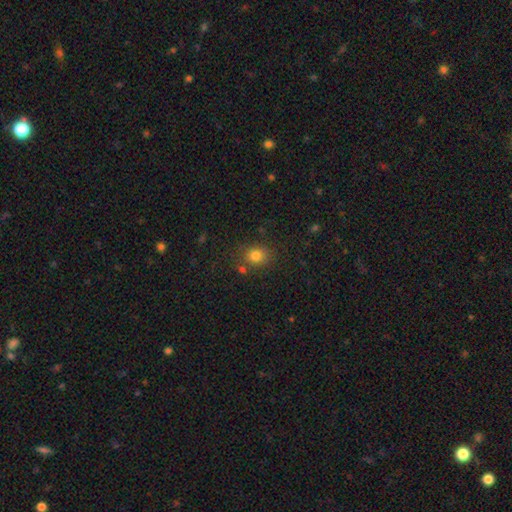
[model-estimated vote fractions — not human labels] smooth 79%, star or artifact 14%, featured or disk 7%. Down the decision tree: how rounded — round (65%); merging — none (75%).